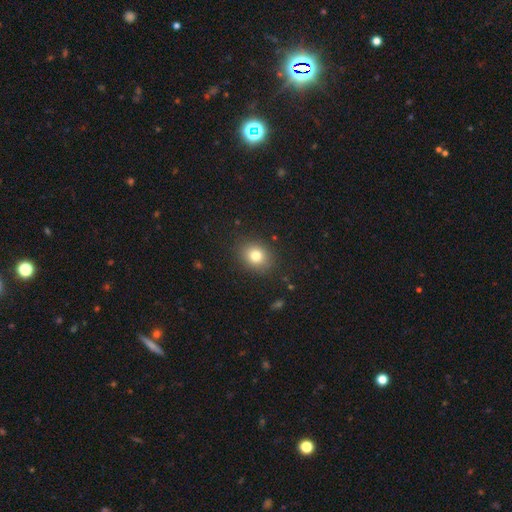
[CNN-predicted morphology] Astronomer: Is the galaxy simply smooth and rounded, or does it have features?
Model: smooth — 79%.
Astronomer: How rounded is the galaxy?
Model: round — 56% (runner-up: in between, 43%).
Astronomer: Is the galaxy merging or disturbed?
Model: none — 87%.